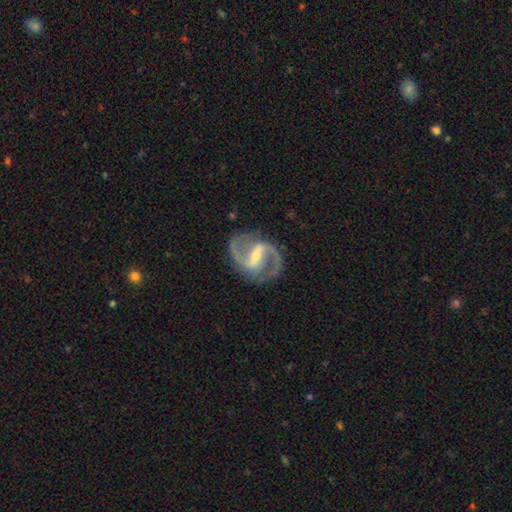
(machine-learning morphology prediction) Smooth or featured? Predicted: featured or disk (p=0.92). Edge-on disk? Predicted: no (p=0.98). Bar? Predicted: strong (p=0.57). Spiral arms? Predicted: yes (p=0.98). Spiral winding? Predicted: medium (p=0.63). Spiral arm count? Predicted: 2 (p=0.94). Bulge size? Predicted: small (p=0.54). Merging? Predicted: none (p=0.83).